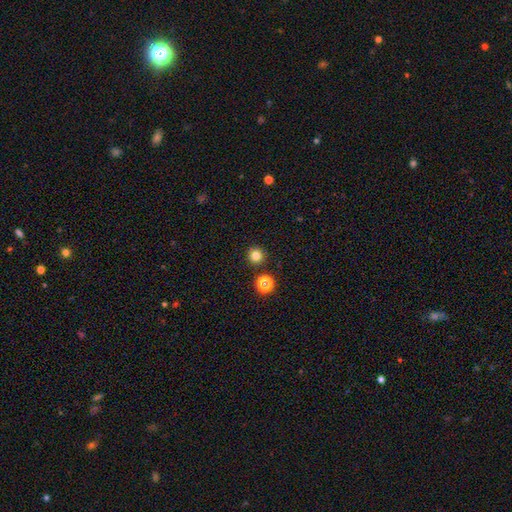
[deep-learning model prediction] smooth_or_featured: smooth (p=0.79) [alt: star or artifact p=0.16]
how_rounded: round (p=0.96) [alt: in between p=0.04]
merging: none (p=0.90) [alt: minor disturbance p=0.05]